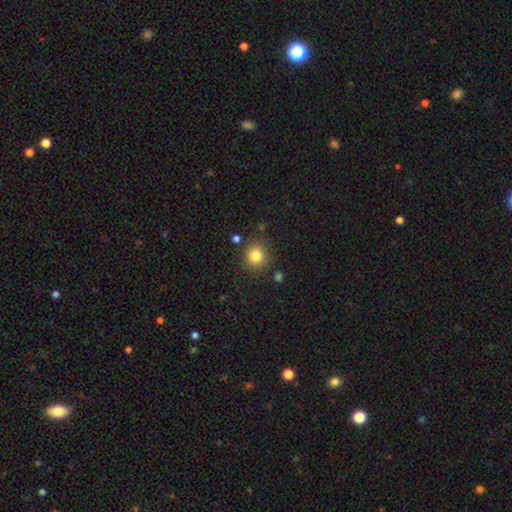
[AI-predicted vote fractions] smooth 82%, star or artifact 12%, featured or disk 6%. Down the decision tree: how rounded — round (88%); merging — none (85%).